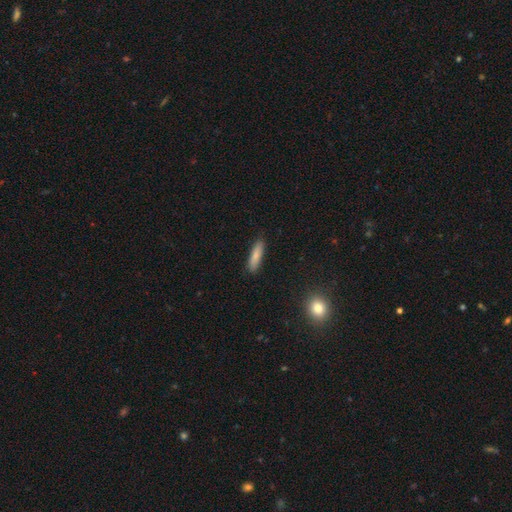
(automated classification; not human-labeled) smooth-or-featured: smooth: 82% | featured or disk: 12% | star or artifact: 7%
  how-rounded: cigar-shaped: 70% | in between: 28% | round: 2%
  merging: none: 87% | minor disturbance: 10% | major disturbance: 2% | merger: 1%